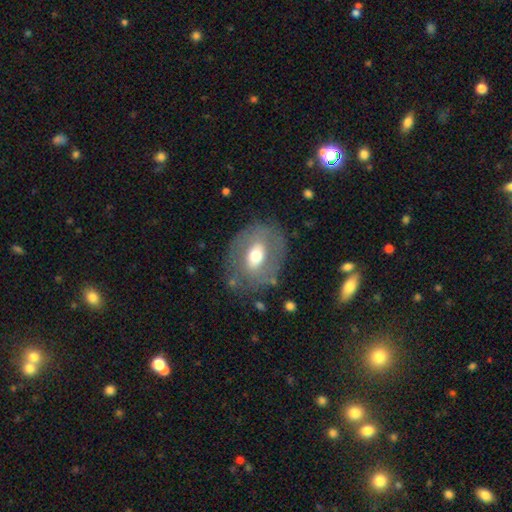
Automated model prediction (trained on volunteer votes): smooth_or_featured: featured or disk (p=0.47) [alt: smooth p=0.45]
merging: none (p=0.73) [alt: minor disturbance p=0.16]